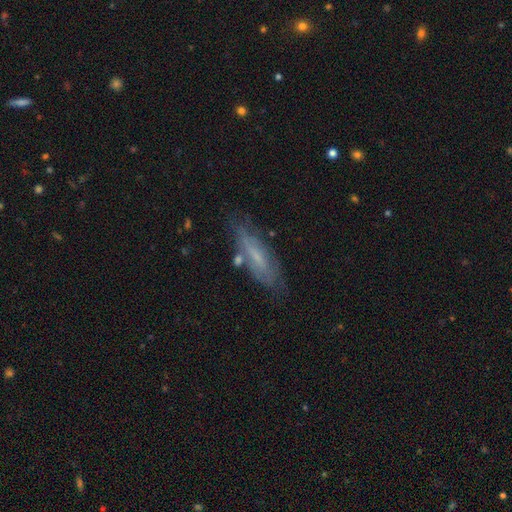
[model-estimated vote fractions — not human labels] A smooth galaxy with no disk features (46%). Merging: none (69%).